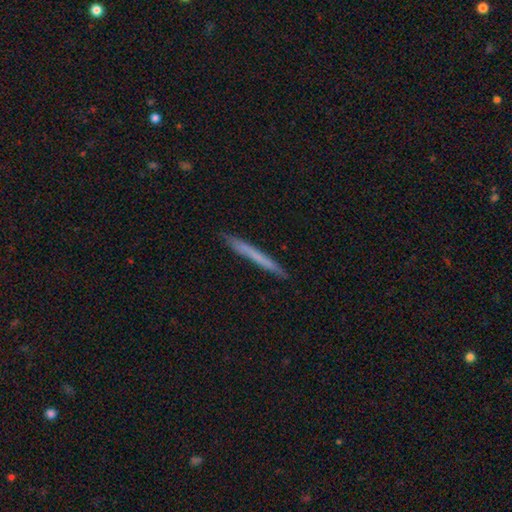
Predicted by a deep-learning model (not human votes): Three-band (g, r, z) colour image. It shows a smooth galaxy with no disk features (59%) that is cigar-shaped (97%). Merging: none (89%).